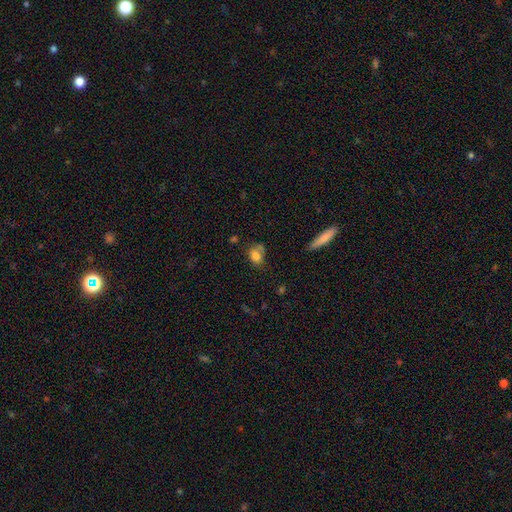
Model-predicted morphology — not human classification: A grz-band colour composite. It shows a smooth galaxy with no disk features (79%) that is in between round and cigar-shaped (66%). Merging: none (50%).